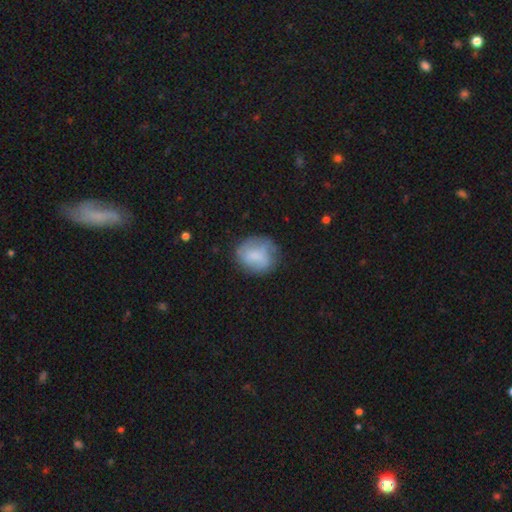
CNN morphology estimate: Smooth or featured?
  - smooth: 66% *
  - featured or disk: 26%
  - star or artifact: 8%
How rounded?
  - round: 71% *
  - in between: 28%
  - cigar-shaped: 1%
Merging?
  - none: 62% *
  - minor disturbance: 25%
  - major disturbance: 11%
  - merger: 2%